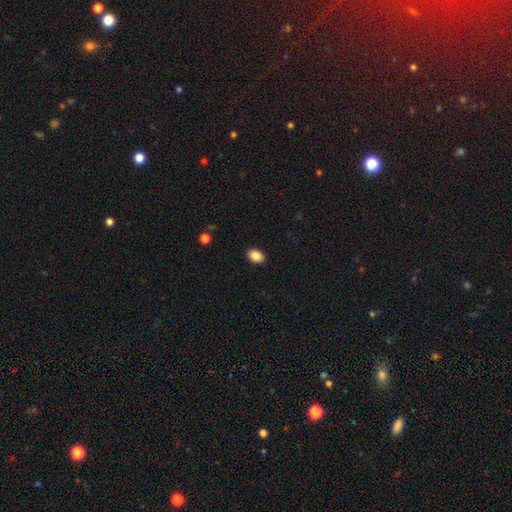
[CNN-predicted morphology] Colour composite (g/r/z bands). It shows a smooth galaxy with no disk features (87%) that is in between round and cigar-shaped (86%). Merging: none (90%).